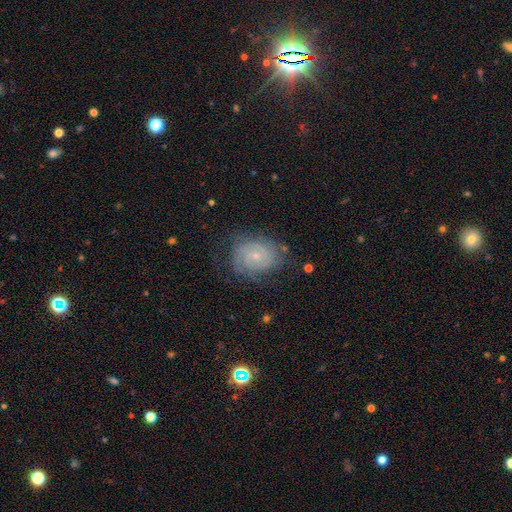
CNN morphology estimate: smooth_or_featured: featured or disk (p=0.74) [alt: smooth p=0.17]
disk_edge_on: no (p=0.97) [alt: yes p=0.03]
bar: no (p=0.72) [alt: weak p=0.24]
has_spiral_arms: yes (p=0.92) [alt: no p=0.08]
spiral_winding: tight (p=0.72) [alt: medium p=0.22]
spiral_arm_count: 2 (p=0.38) [alt: can't tell p=0.35]
bulge_size: small (p=0.74) [alt: moderate p=0.21]
merging: none (p=0.71) [alt: minor disturbance p=0.19]